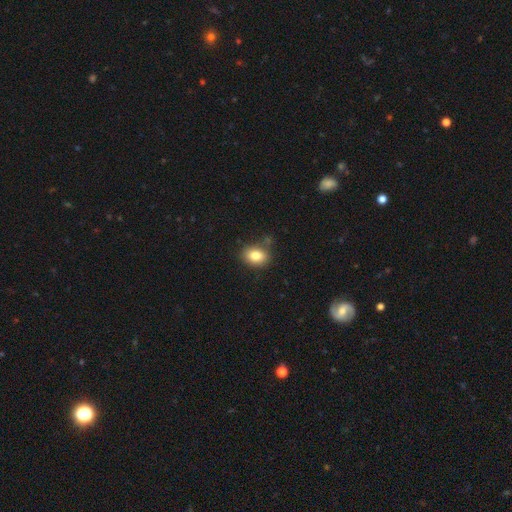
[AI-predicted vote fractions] A smooth galaxy with no disk features (82%) that is in between round and cigar-shaped (67%).

Vote fractions:
- Smooth or featured? smooth: 82% / star or artifact: 10% / featured or disk: 8%
- How rounded? in between: 67% / round: 32% / cigar-shaped: 1%
- Merging? none: 76% / minor disturbance: 16% / merger: 4% / major disturbance: 4%